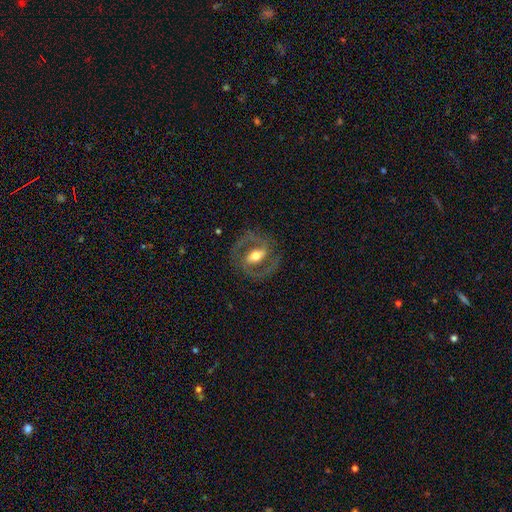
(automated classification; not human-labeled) Morphology: type=featured or disk (79%); edge-on=no (94%); bar=strong (48%); spiral arms=yes (80%); winding=medium (53%); arm count=2 (88%); bulge=moderate (68%); merging=none (79%).